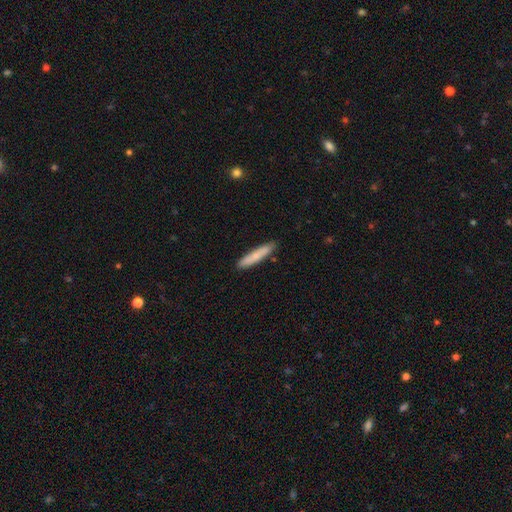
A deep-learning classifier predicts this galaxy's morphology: Smooth or featured? Predicted: smooth (p=0.74). How rounded? Predicted: cigar-shaped (p=0.92). Merging? Predicted: none (p=0.87).